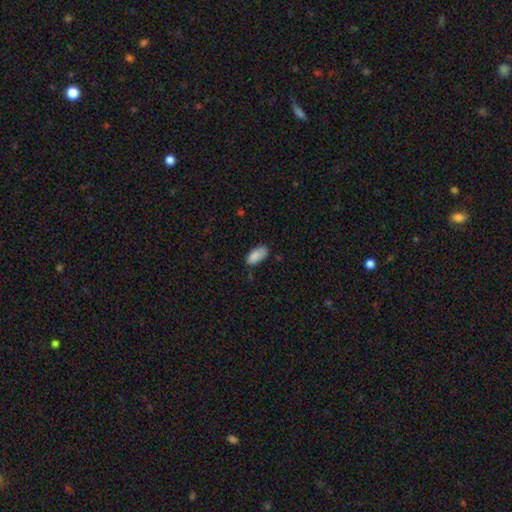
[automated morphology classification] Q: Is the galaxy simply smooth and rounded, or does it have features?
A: smooth — 87%.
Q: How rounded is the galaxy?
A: in between — 90%.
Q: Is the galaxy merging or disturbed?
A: none — 65%.